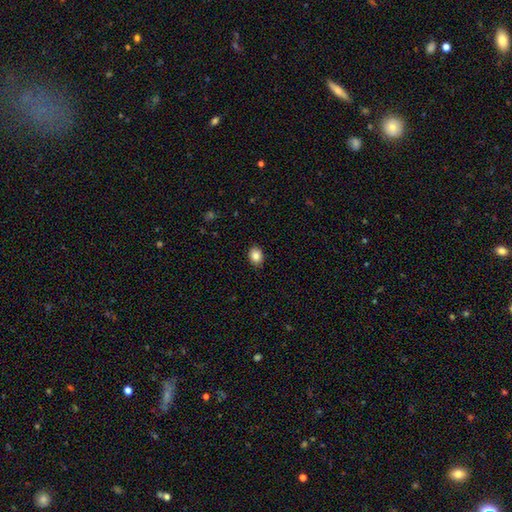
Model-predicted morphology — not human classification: smooth-or-featured: smooth: 86% | star or artifact: 9% | featured or disk: 5%
  how-rounded: in between: 56% | round: 43% | cigar-shaped: 1%
  merging: none: 89% | minor disturbance: 8% | major disturbance: 2% | merger: 1%